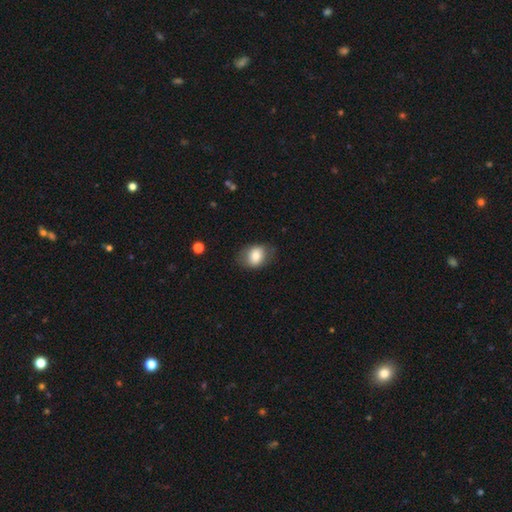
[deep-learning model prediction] Morphology: type=smooth (77%); roundness=in between (62%); merging=none (72%).